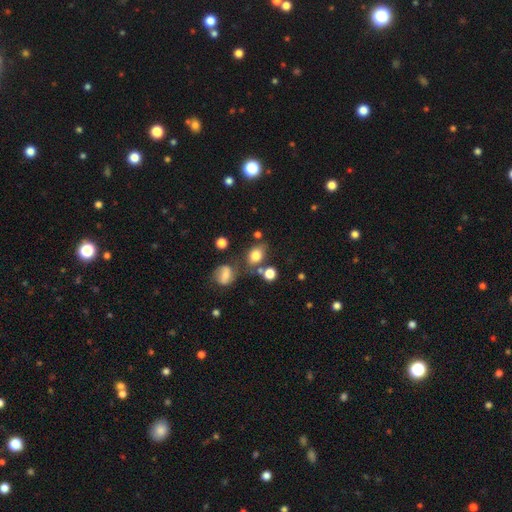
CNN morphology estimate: smooth 76%, star or artifact 13%, featured or disk 11%. Down the decision tree: how rounded — in between (61%); merging — none (60%).